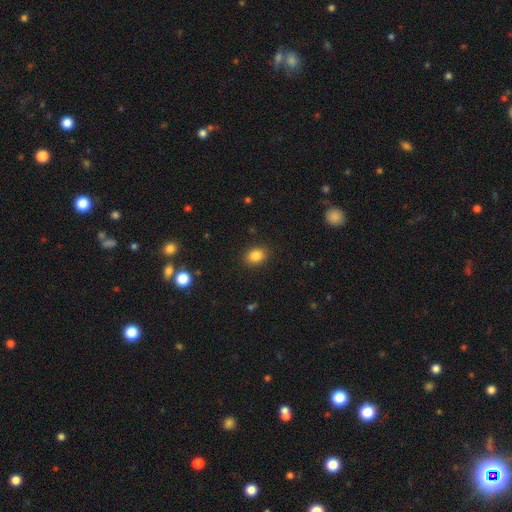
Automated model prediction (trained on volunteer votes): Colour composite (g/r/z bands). It shows a smooth galaxy with no disk features (85%) that is in between round and cigar-shaped (65%). Merging: none (88%).